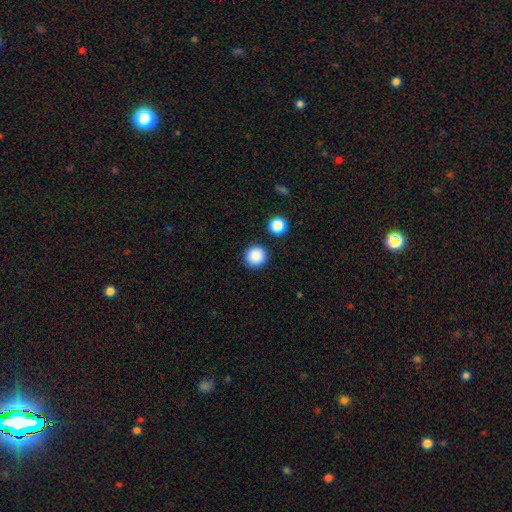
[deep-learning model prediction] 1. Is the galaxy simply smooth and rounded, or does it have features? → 87% smooth, 9% star or artifact, 3% featured or disk.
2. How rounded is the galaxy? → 95% round, 4% in between, 1% cigar-shaped.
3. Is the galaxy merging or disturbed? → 89% none, 6% minor disturbance, 3% merger, 2% major disturbance.